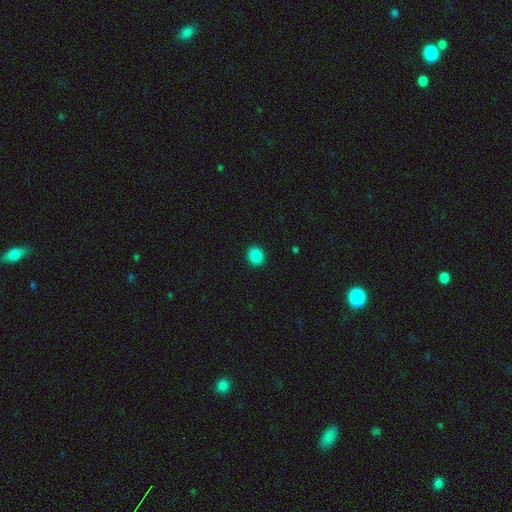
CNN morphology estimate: A smooth galaxy with no disk features (87%) that is round (72%).

Vote fractions:
- Smooth or featured? smooth: 87% / star or artifact: 10% / featured or disk: 3%
- How rounded? round: 72% / in between: 27% / cigar-shaped: 1%
- Merging? none: 91% / minor disturbance: 6% / major disturbance: 2% / merger: 1%